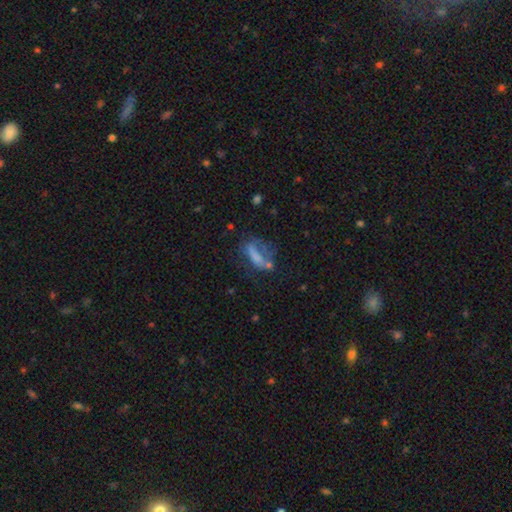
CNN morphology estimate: Smooth or featured? smooth (52%)
How rounded? in between (60%)
Merging? major disturbance (36%)